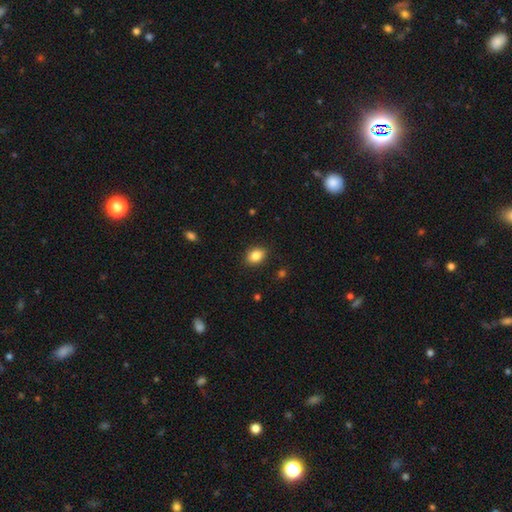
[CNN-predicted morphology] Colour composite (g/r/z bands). It shows a smooth galaxy with no disk features (86%) that is in between round and cigar-shaped (71%). Merging: none (88%).